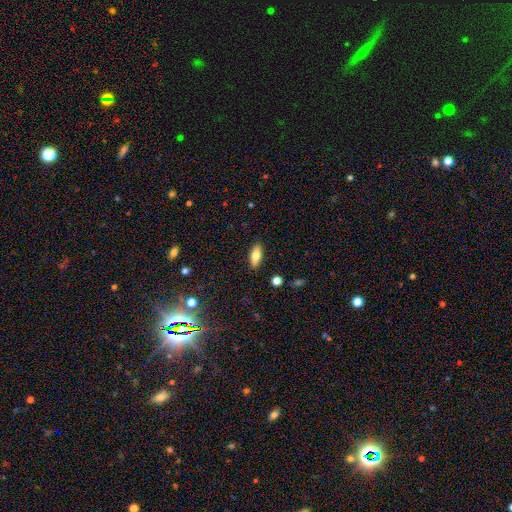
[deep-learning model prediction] A smooth galaxy with no disk features (72%) that is in between round and cigar-shaped (75%). Merging: none (88%).